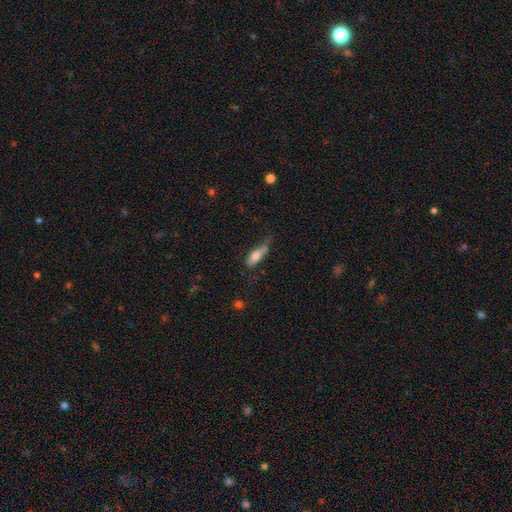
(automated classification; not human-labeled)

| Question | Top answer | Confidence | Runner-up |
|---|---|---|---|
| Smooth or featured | smooth | 69% | featured or disk (24%) |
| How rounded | in between | 59% | cigar-shaped (38%) |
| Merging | minor disturbance | 37% | tied: none (37%) |